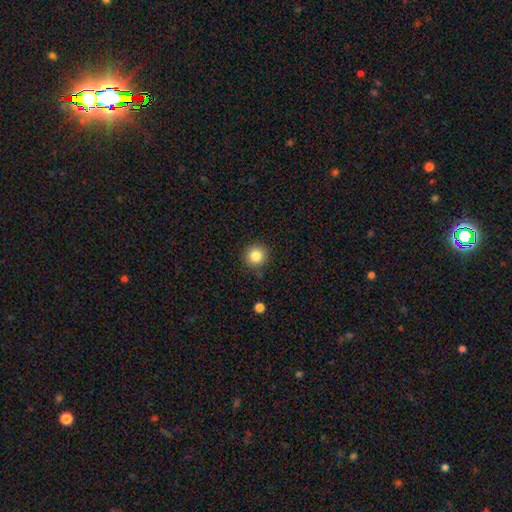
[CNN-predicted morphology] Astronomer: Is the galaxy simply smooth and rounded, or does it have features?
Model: smooth — 84%.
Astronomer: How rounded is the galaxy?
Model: round — 95%.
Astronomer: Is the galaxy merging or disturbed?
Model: none — 86%.